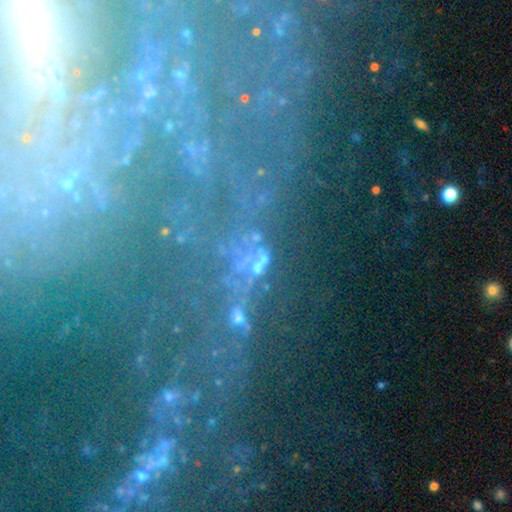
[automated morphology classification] Smooth or featured?
  - featured or disk: 44% *
  - star or artifact: 41%
  - smooth: 15%
Merging?
  - none: 67% *
  - minor disturbance: 15%
  - major disturbance: 13%
  - merger: 6%